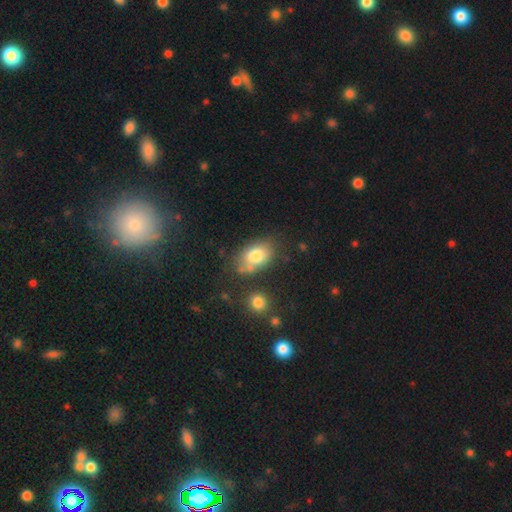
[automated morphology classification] Smooth or featured? Predicted: smooth (p=0.78). How rounded? Predicted: in between (p=0.84). Merging? Predicted: none (p=0.59).